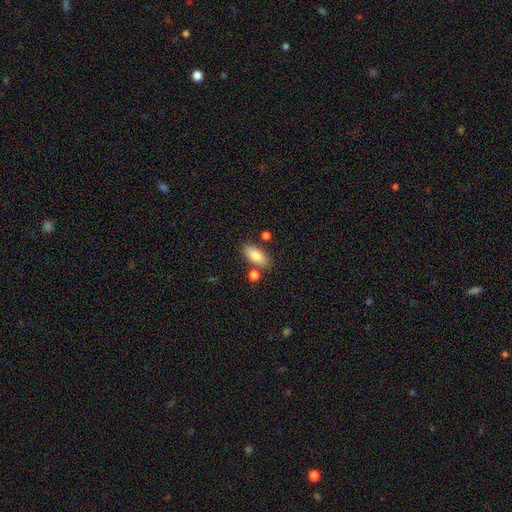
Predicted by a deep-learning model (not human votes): The model was most divided on "merging": none: 77%, minor disturbance: 12%, merger: 8%, major disturbance: 3%. More confident: how rounded — in between (88%); smooth or featured — smooth (81%).